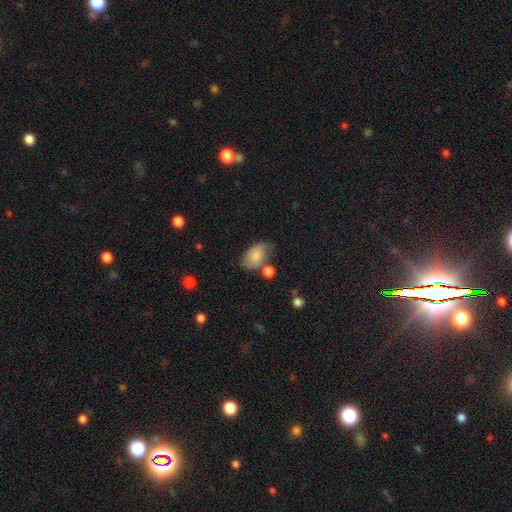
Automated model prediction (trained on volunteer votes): Smooth or featured? Predicted: smooth (p=0.80). How rounded? Predicted: in between (p=0.89). Merging? Predicted: none (p=0.56).